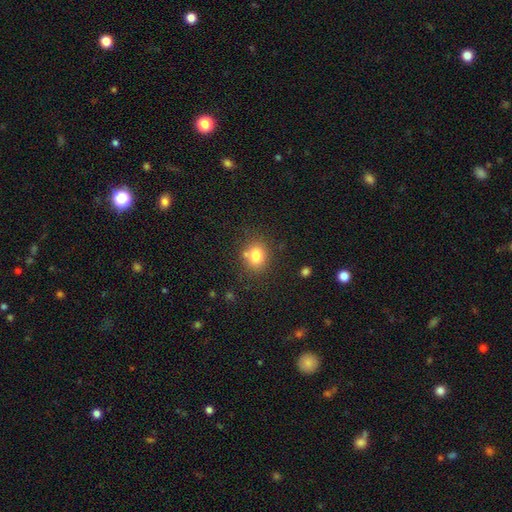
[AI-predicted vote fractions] A smooth galaxy with no disk features (79%) that is round (65%). Merging: none (72%).